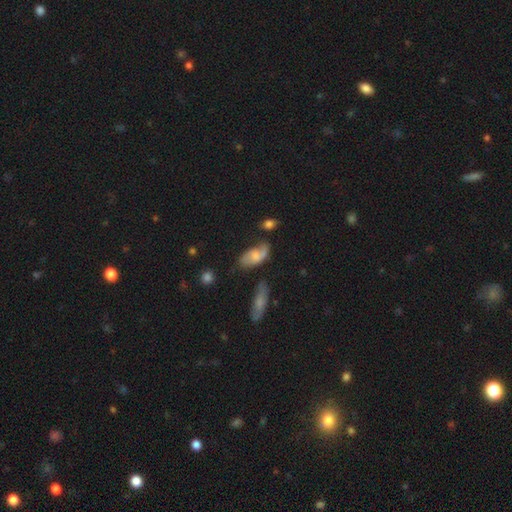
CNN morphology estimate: A featured or disk galaxy (49%).

Vote fractions:
- Smooth or featured? featured or disk: 49% / smooth: 43% / star or artifact: 8%
- Merging? none: 52% / minor disturbance: 27% / major disturbance: 13% / merger: 8%